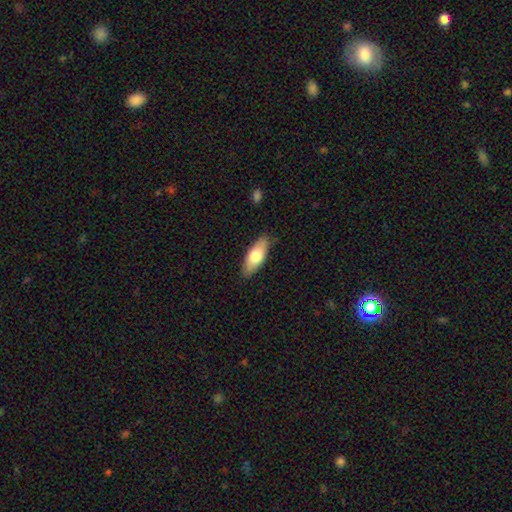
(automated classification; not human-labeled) The model was most divided on "how rounded": in between: 72%, cigar-shaped: 25%, round: 2%. More confident: merging — none (86%); smooth or featured — smooth (72%).